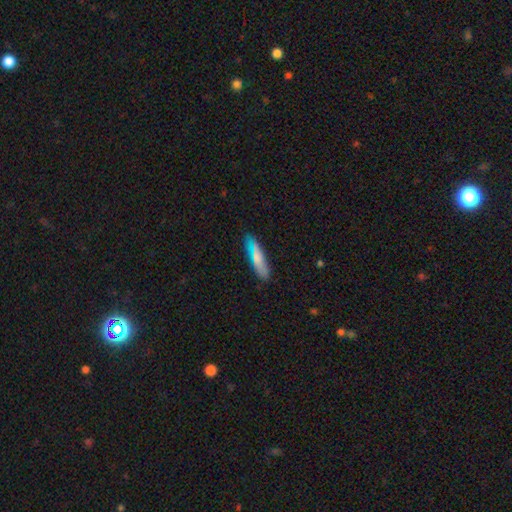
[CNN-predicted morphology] Smooth or featured?
  - smooth: 74% *
  - featured or disk: 19%
  - star or artifact: 7%
How rounded?
  - cigar-shaped: 73% *
  - in between: 25%
  - round: 2%
Merging?
  - none: 79% *
  - minor disturbance: 15%
  - major disturbance: 3%
  - merger: 2%